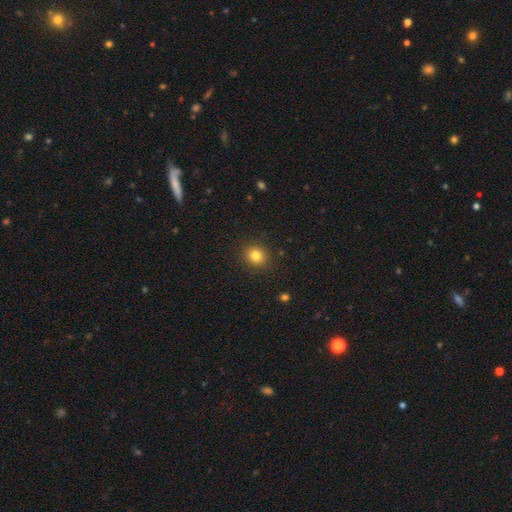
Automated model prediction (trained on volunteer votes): This appears to be a smooth galaxy with no disk features (82%) that is round (85%). Merging: none (90%).